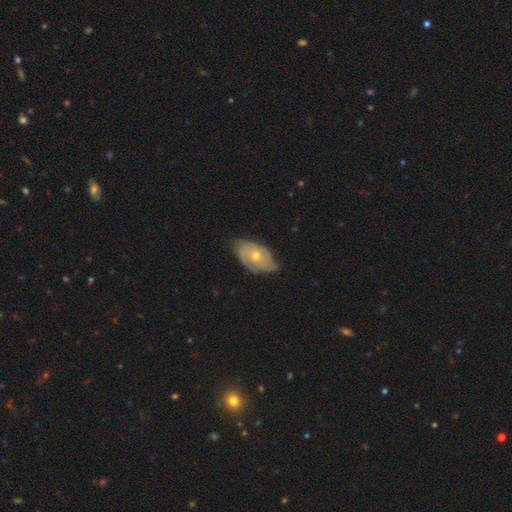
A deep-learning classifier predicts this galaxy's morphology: type=featured or disk (61%); edge-on=no (91%); bar=no (86%); spiral arms=yes (67%); bulge=moderate (58%); merging=none (68%).